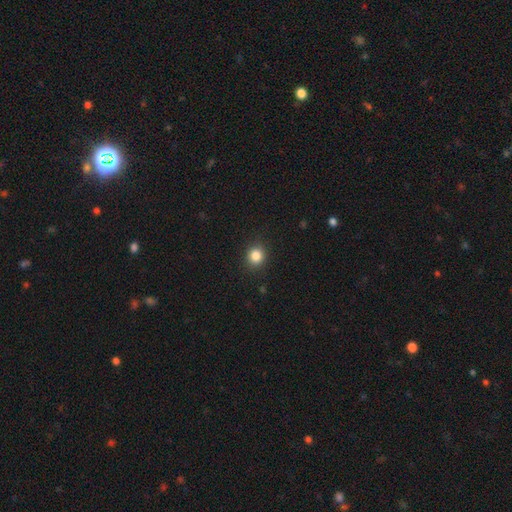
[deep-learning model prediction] smooth-or-featured: smooth: 85% | star or artifact: 11% | featured or disk: 4%
  how-rounded: round: 84% | in between: 15% | cigar-shaped: 1%
  merging: none: 90% | minor disturbance: 7% | major disturbance: 2% | merger: 1%